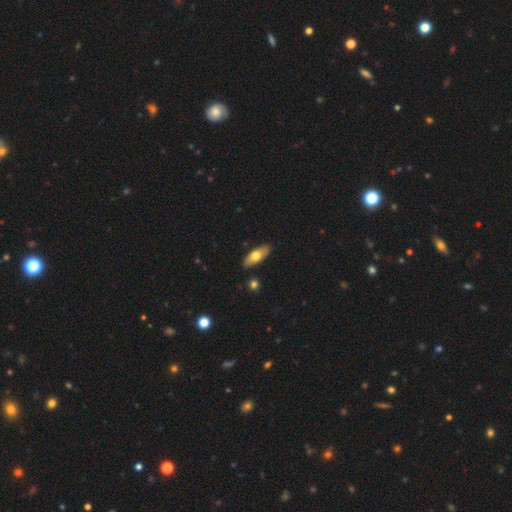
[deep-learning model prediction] smooth-or-featured: smooth: 66% | featured or disk: 28% | star or artifact: 6%
  how-rounded: in between: 75% | cigar-shaped: 23% | round: 3%
  merging: none: 86% | minor disturbance: 10% | merger: 2% | major disturbance: 2%